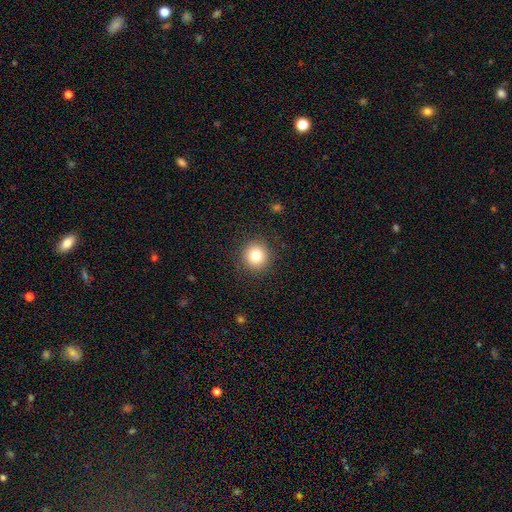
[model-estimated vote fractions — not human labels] Smooth or featured: smooth — 81% (star or artifact — 11%)
How rounded: round — 93% (in between — 6%)
Merging: none — 90% (minor disturbance — 6%)